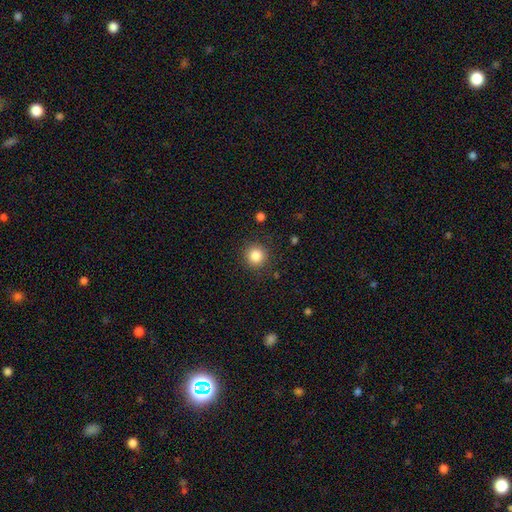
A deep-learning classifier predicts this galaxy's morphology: smooth-or-featured: smooth: 85% | star or artifact: 10% | featured or disk: 5%
  how-rounded: round: 94% | in between: 5% | cigar-shaped: 1%
  merging: none: 89% | minor disturbance: 7% | major disturbance: 3% | merger: 1%